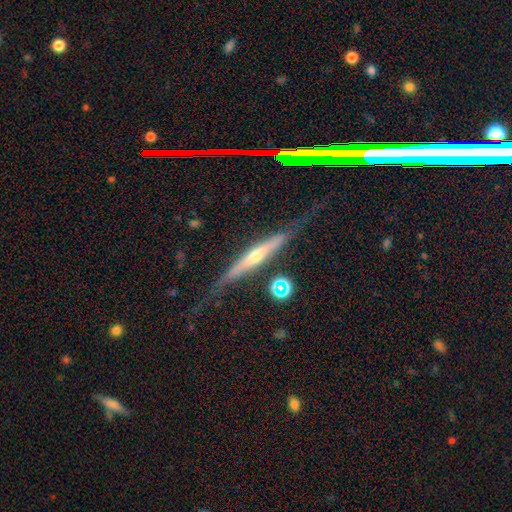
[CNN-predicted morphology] Overall: featured or disk (70%). Edge-on disk: yes (94%). Edge-on bulge: rounded (80%). Merging: none (75%).